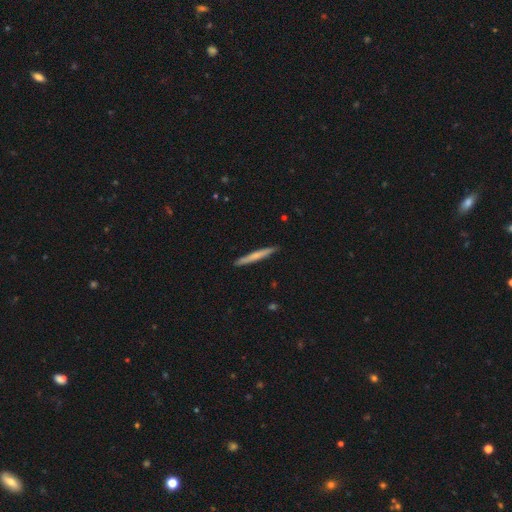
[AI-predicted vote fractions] Overall: smooth (61%; featured or disk 34%). How rounded: cigar-shaped (96%). Merging: none (91%).